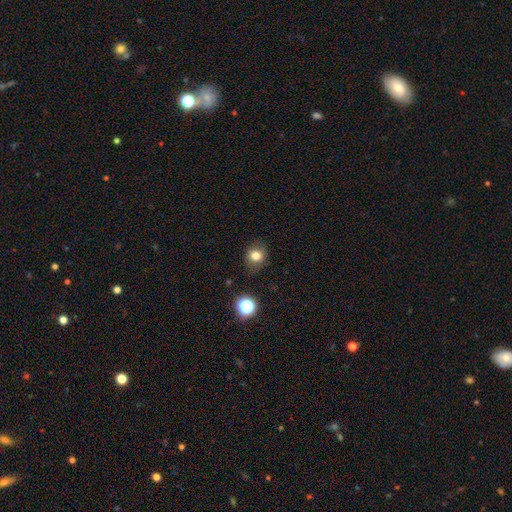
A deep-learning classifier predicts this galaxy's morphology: Overall: smooth (79%). How rounded: round (76%). Merging: none (80%).